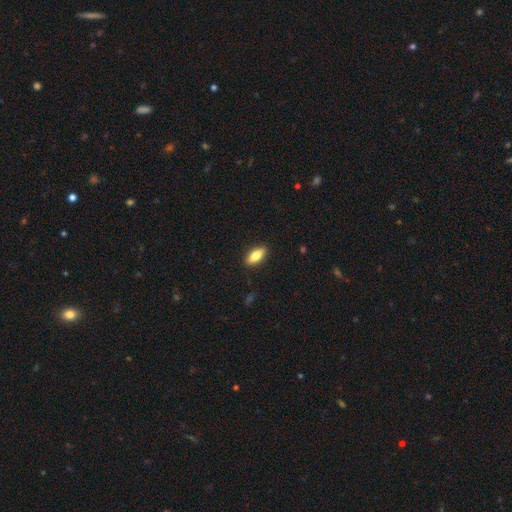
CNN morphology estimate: Q: Smooth or featured?
A: smooth (76%); runner-up: featured or disk (17%)
Q: How rounded?
A: in between (76%); runner-up: cigar-shaped (21%)
Q: Merging?
A: none (89%); runner-up: minor disturbance (8%)